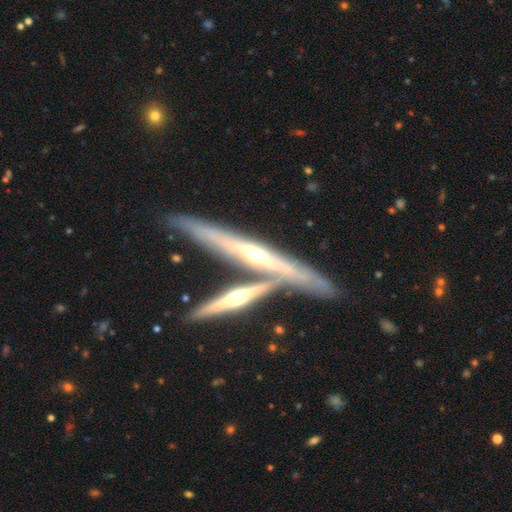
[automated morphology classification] featured or disk 81%, smooth 14%, star or artifact 6%. Down the decision tree: edge-on disk — yes (93%); edge-on bulge — rounded (74%); merging — none (65%).